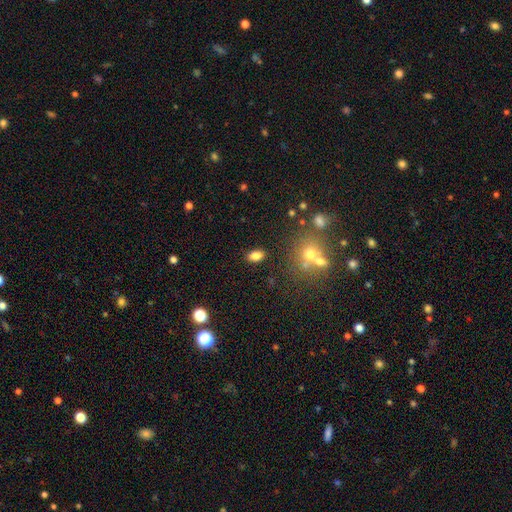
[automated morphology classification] A smooth galaxy with no disk features (82%) that is in between round and cigar-shaped (88%). Merging: none (84%).